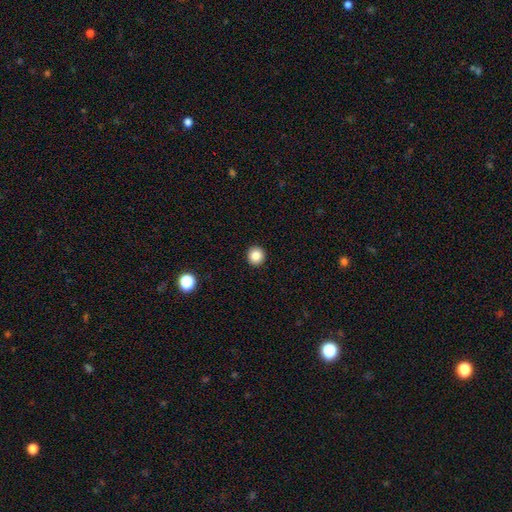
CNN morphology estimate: Smooth or featured? smooth (86%)
How rounded? round (93%)
Merging? none (93%)